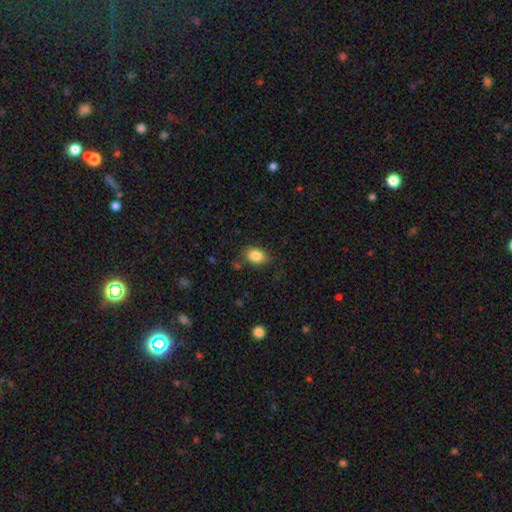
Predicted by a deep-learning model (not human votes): A smooth galaxy with no disk features (86%) that is in between round and cigar-shaped (79%). Merging: none (80%).